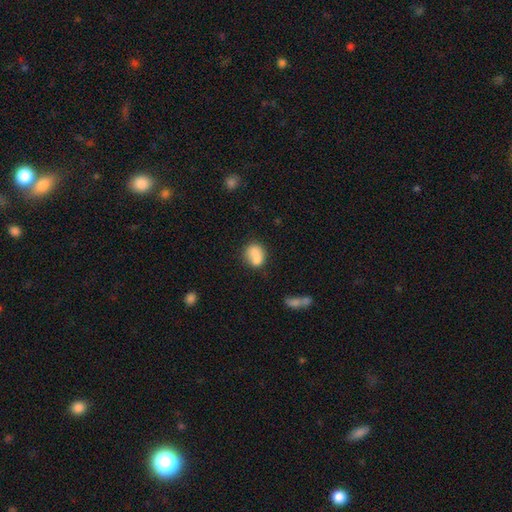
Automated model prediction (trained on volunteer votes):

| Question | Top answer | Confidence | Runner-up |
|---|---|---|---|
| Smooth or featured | smooth | 74% | featured or disk (17%) |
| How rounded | round | 60% | in between (39%) |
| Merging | merger | 49% | none (33%) |